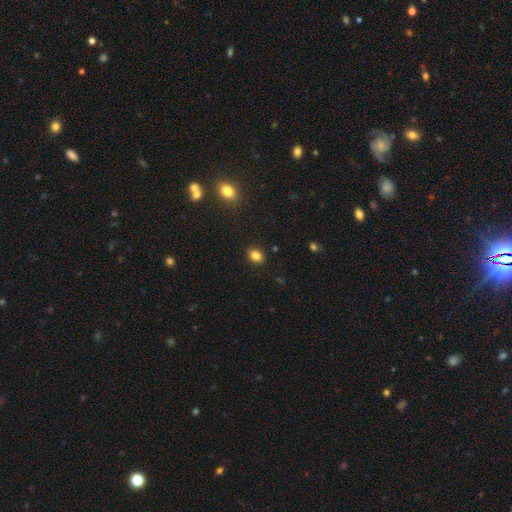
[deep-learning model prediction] Smooth or featured: smooth — 84% (star or artifact — 11%)
How rounded: in between — 64% (round — 35%)
Merging: none — 88% (minor disturbance — 8%)